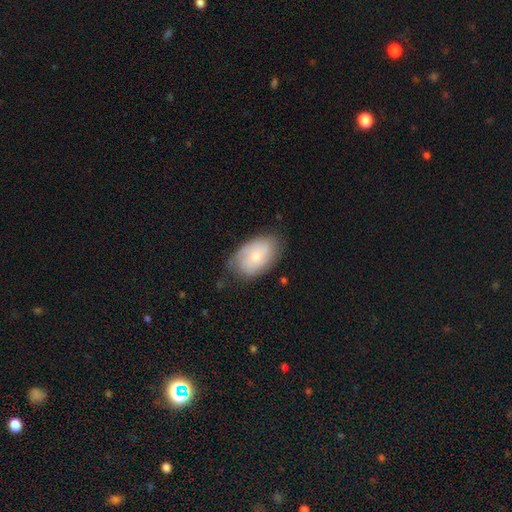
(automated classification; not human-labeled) Smooth or featured: smooth — 57% (featured or disk — 37%)
How rounded: in between — 90% (round — 8%)
Merging: none — 67% (minor disturbance — 25%)